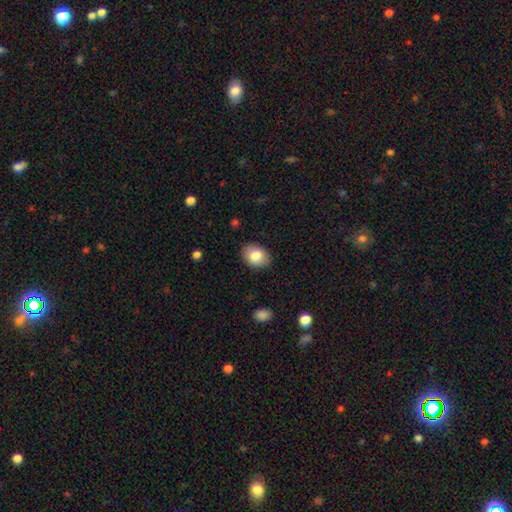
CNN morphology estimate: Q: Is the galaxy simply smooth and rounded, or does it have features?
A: smooth — 82%.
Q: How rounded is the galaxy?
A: in between — 70%.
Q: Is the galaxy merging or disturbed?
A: none — 87%.